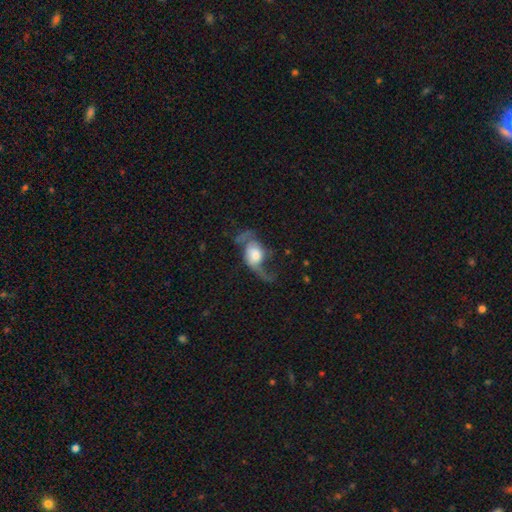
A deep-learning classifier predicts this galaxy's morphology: smooth-or-featured: featured or disk: 63% | smooth: 30% | star or artifact: 7%
  disk-edge-on: no: 91% | yes: 9%
    bar: no: 65% | weak: 27% | strong: 9%
    has-spiral-arms: yes: 80% | no: 20%
    bulge-size: moderate: 33% | large: 31% | small: 19% | dominant: 11% | none: 5%
  merging: major disturbance: 43% | none: 33% | minor disturbance: 20% | merger: 5%